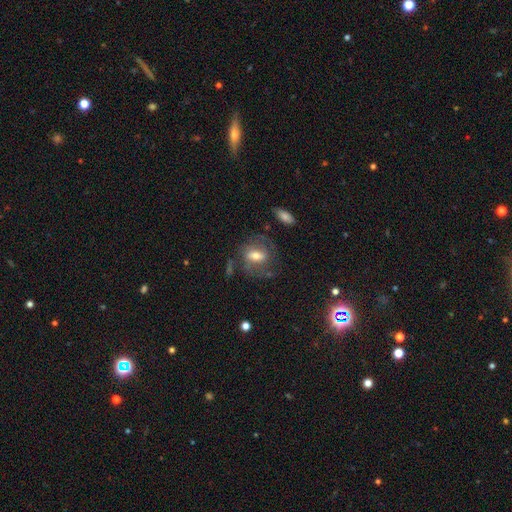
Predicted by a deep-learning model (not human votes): smooth-or-featured: featured or disk: 61% | smooth: 30% | star or artifact: 9%
  disk-edge-on: no: 94% | yes: 6%
    bar: weak: 46% | strong: 27% | no: 26%
    has-spiral-arms: yes: 81% | no: 19%
    bulge-size: moderate: 59% | small: 24% | large: 13% | none: 2% | dominant: 2%
  merging: none: 60% | minor disturbance: 19% | major disturbance: 16% | merger: 4%